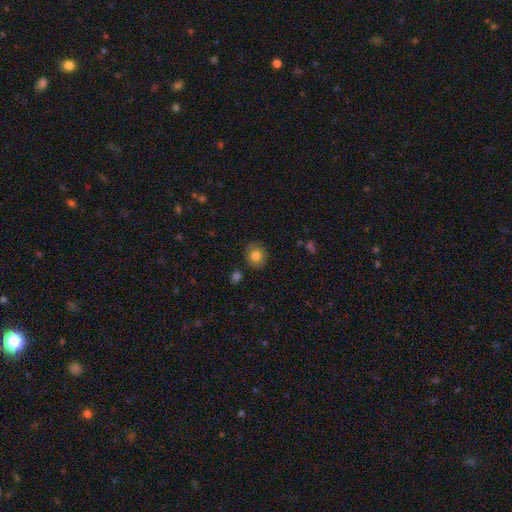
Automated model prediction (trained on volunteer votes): Smooth or featured?
  - smooth: 79% *
  - featured or disk: 12%
  - star or artifact: 10%
How rounded?
  - round: 81% *
  - in between: 18%
  - cigar-shaped: 1%
Merging?
  - none: 85% *
  - minor disturbance: 10%
  - major disturbance: 2%
  - merger: 2%